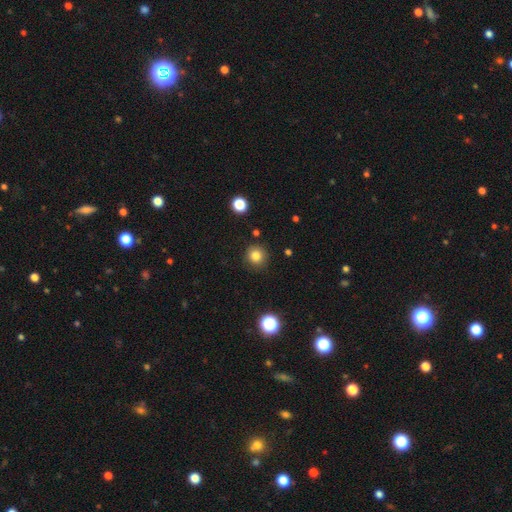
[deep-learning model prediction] smooth 82%, star or artifact 12%, featured or disk 6%. Down the decision tree: how rounded — round (92%); merging — none (88%).